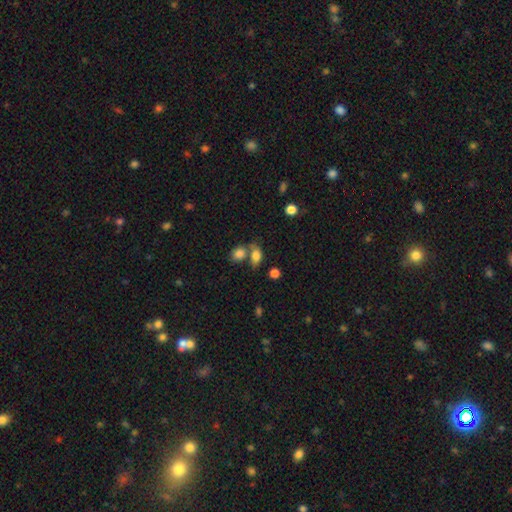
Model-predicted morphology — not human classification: Smooth or featured?
  - smooth: 81% *
  - star or artifact: 10%
  - featured or disk: 9%
How rounded?
  - in between: 80% *
  - round: 17%
  - cigar-shaped: 3%
Merging?
  - none: 46% *
  - merger: 35%
  - minor disturbance: 13%
  - major disturbance: 6%